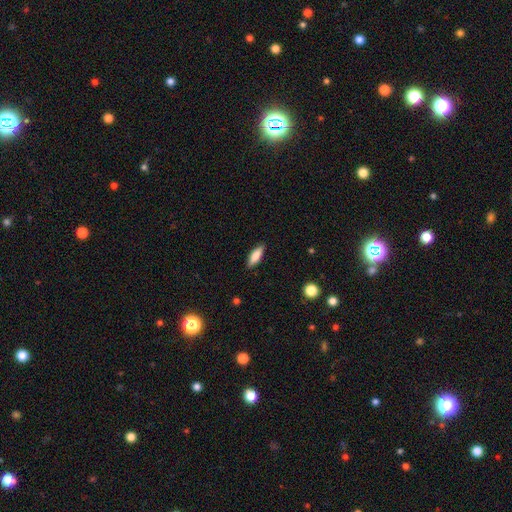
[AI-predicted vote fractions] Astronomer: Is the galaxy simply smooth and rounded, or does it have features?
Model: smooth — 79%.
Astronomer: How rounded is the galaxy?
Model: in between — 58% (runner-up: cigar-shaped, 40%).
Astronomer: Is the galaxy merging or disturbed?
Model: none — 88%.